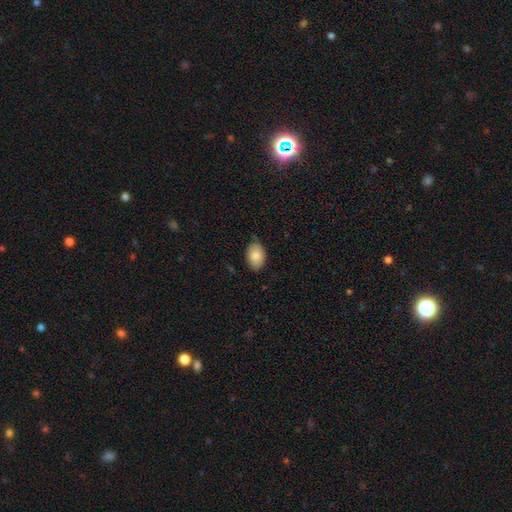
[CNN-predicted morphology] A smooth galaxy with no disk features (84%) that is in between round and cigar-shaped (88%). Merging: none (83%).